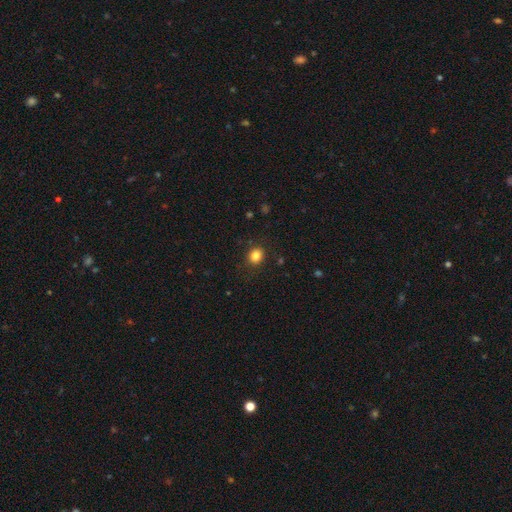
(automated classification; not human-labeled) Overall: smooth (84%). How rounded: round (68%; in between 32%). Merging: none (87%).